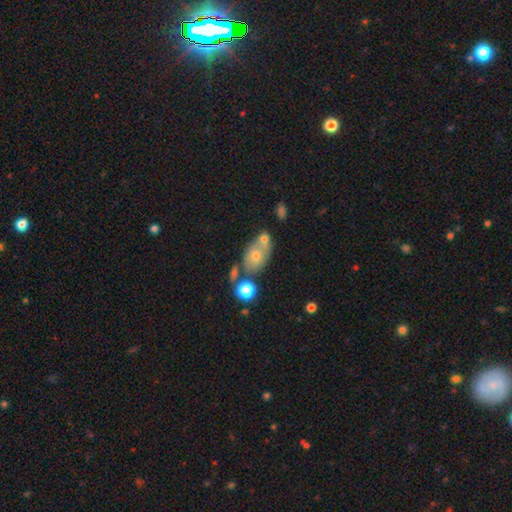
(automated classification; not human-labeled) Smooth or featured? smooth (53%)
How rounded? in between (76%)
Merging? none (45%)